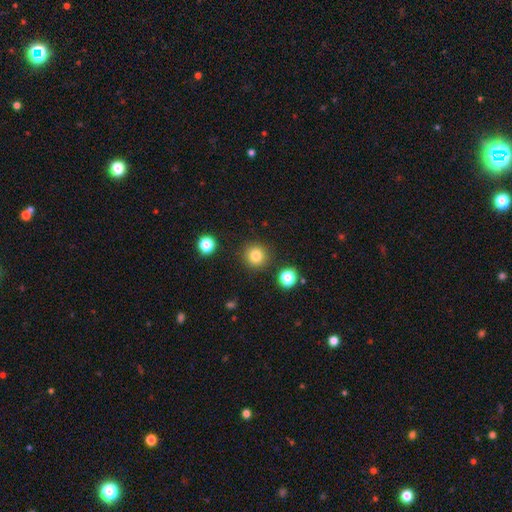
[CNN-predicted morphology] This appears to be a smooth galaxy with no disk features (82%) that is round (94%). Merging: none (89%).